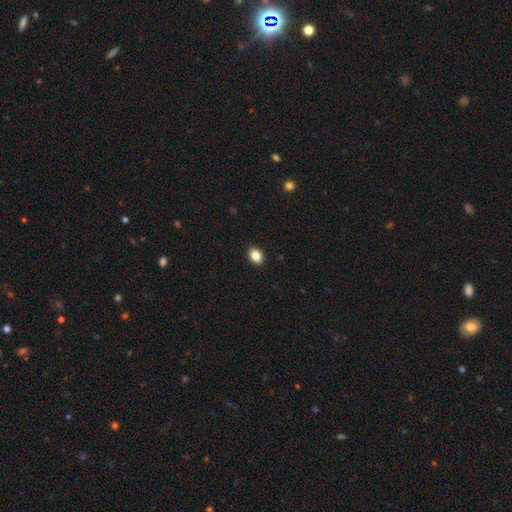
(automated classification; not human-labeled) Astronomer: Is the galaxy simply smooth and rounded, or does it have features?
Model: smooth — 85%.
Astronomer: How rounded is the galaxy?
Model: in between — 74%.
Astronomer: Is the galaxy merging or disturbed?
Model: none — 90%.